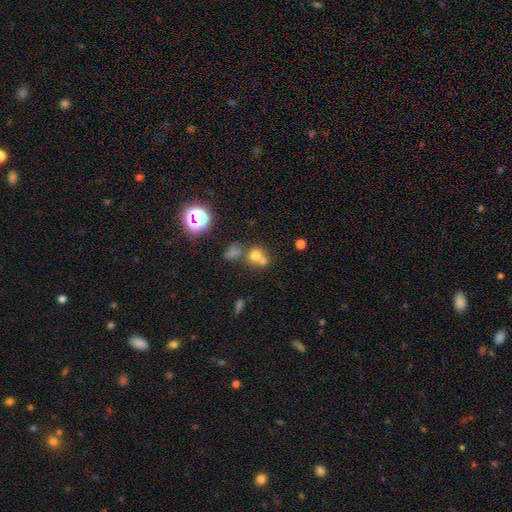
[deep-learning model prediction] A smooth galaxy with no disk features (61%) that is round (78%). Merging: merger (46%).